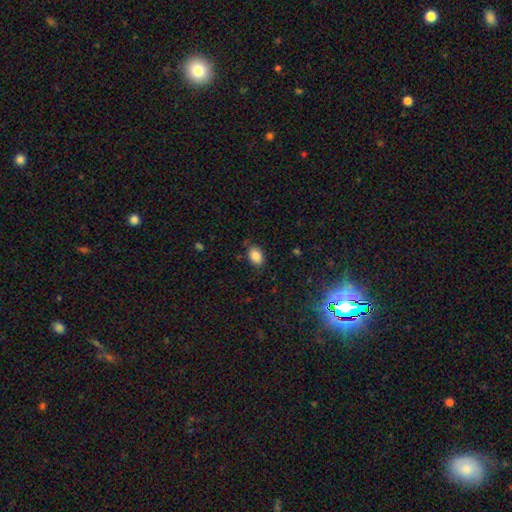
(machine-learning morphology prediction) Smooth or featured? Predicted: smooth (p=0.84). How rounded? Predicted: in between (p=0.82). Merging? Predicted: none (p=0.81).